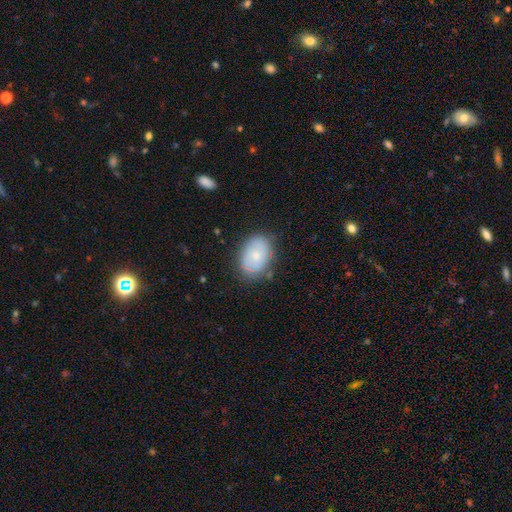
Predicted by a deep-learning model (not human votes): smooth-or-featured: smooth: 69% | featured or disk: 24% | star or artifact: 7%
  how-rounded: in between: 84% | round: 15% | cigar-shaped: 1%
  merging: none: 77% | minor disturbance: 17% | major disturbance: 4% | merger: 2%